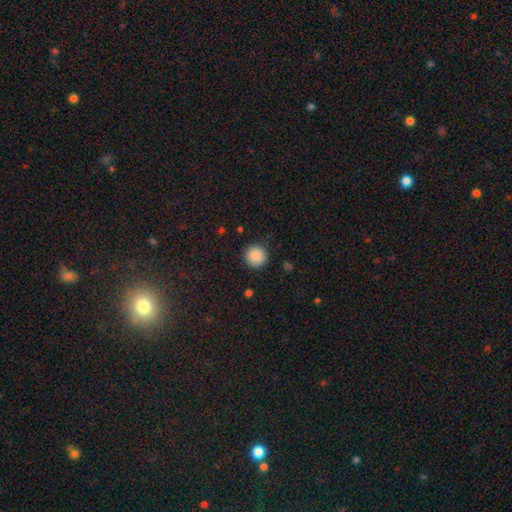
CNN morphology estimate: Q: Smooth or featured?
A: smooth (88%); runner-up: star or artifact (9%)
Q: How rounded?
A: round (95%); runner-up: in between (4%)
Q: Merging?
A: none (90%); runner-up: minor disturbance (7%)